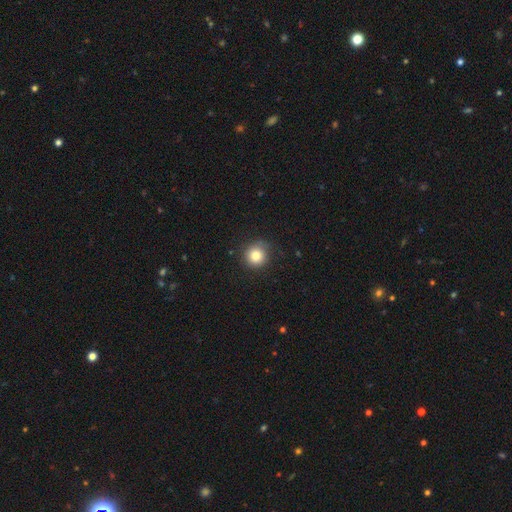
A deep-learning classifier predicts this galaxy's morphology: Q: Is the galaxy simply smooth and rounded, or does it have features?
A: smooth — 83%.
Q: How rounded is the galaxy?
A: round — 93%.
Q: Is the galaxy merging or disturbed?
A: none — 83%.